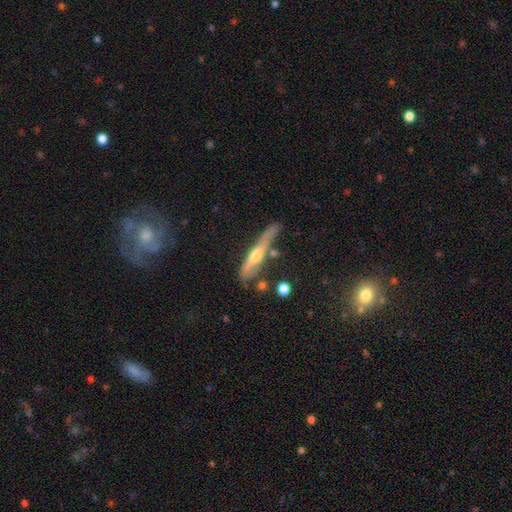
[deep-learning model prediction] Smooth or featured: featured or disk — 55% (smooth — 38%)
Edge-on disk: yes — 88% (no — 12%)
Merging: none — 56% (minor disturbance — 24%)